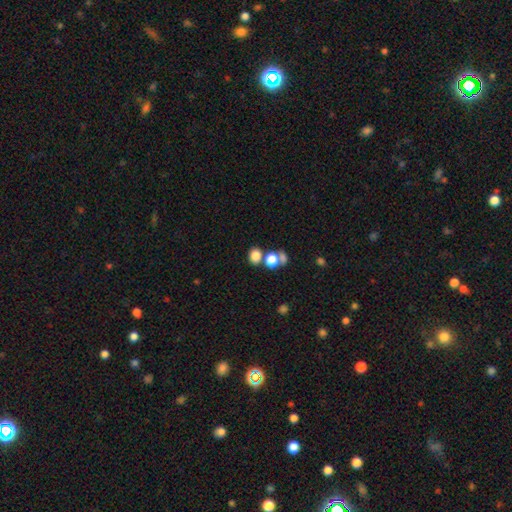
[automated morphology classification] smooth_or_featured: smooth (p=0.80) [alt: star or artifact p=0.13]
how_rounded: round (p=0.59) [alt: in between p=0.40]
merging: none (p=0.62) [alt: merger p=0.24]